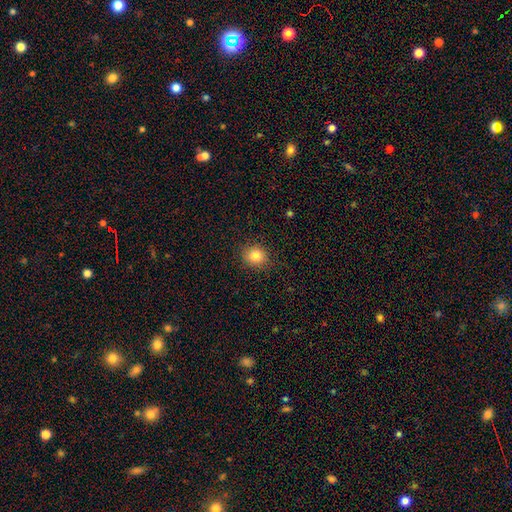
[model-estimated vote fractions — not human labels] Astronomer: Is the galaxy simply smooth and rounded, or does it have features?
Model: smooth — 81%.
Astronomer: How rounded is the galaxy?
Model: round — 81%.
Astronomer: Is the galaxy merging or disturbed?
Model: none — 87%.